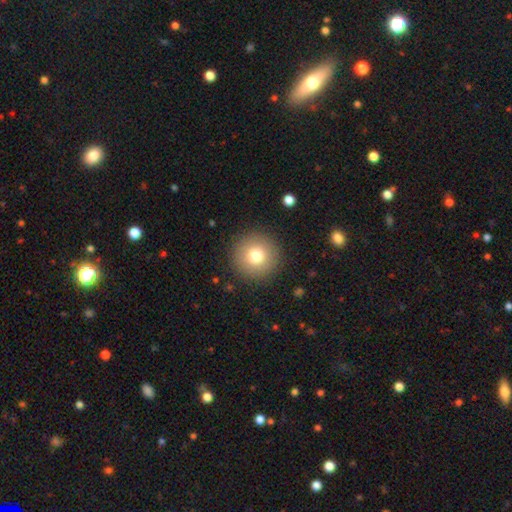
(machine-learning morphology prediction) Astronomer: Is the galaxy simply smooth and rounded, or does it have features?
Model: smooth — 78%.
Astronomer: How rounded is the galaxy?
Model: round — 96%.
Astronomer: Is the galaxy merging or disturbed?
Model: none — 91%.